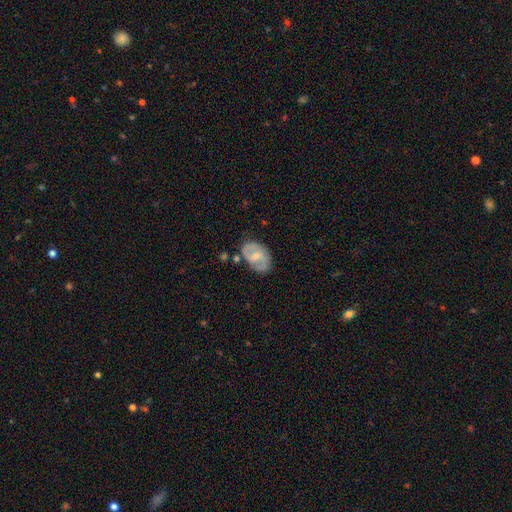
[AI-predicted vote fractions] Q: Smooth or featured?
A: featured or disk (69%); runner-up: smooth (25%)
Q: Edge-on disk?
A: no (97%); runner-up: yes (3%)
Q: Bar?
A: weak (55%); runner-up: no (28%)
Q: Spiral arms?
A: yes (84%); runner-up: no (16%)
Q: Spiral winding?
A: medium (49%); runner-up: tight (26%)
Q: Spiral arm count?
A: 2 (82%); runner-up: can't tell (11%)
Q: Bulge size?
A: small (50%); runner-up: moderate (40%)
Q: Merging?
A: none (70%); runner-up: minor disturbance (20%)